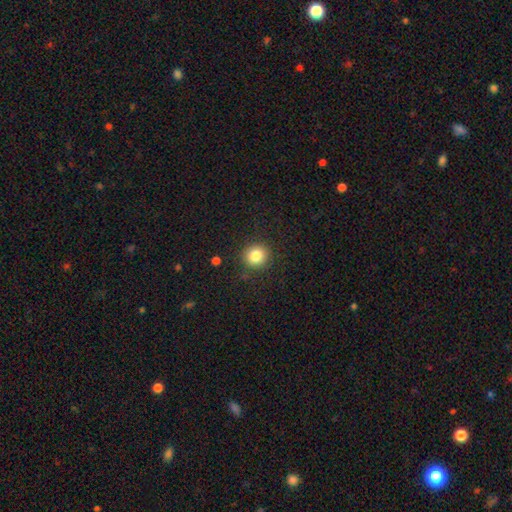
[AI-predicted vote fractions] A smooth galaxy with no disk features (83%) that is round (91%). Merging: none (89%).